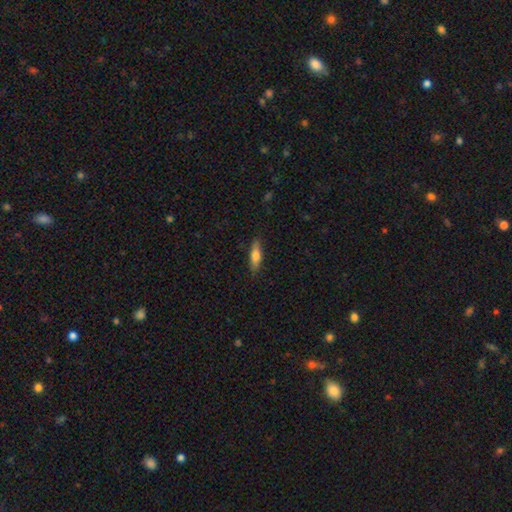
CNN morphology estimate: Smooth or featured: smooth — 67% (featured or disk — 27%)
How rounded: cigar-shaped — 60% (in between — 38%)
Merging: none — 85% (minor disturbance — 11%)